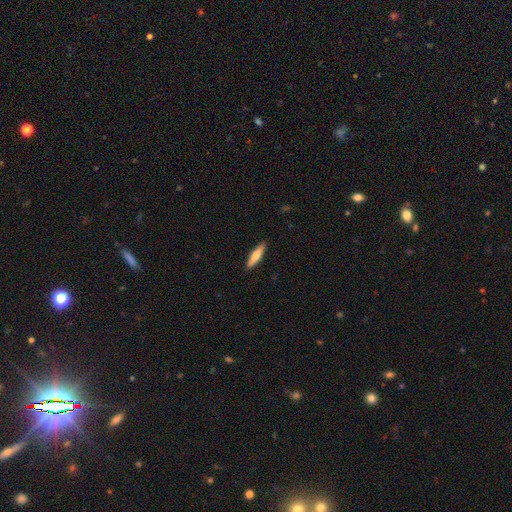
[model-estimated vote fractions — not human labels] Smooth or featured?
  - smooth: 67% *
  - featured or disk: 27%
  - star or artifact: 5%
How rounded?
  - cigar-shaped: 77% *
  - in between: 22%
  - round: 2%
Merging?
  - none: 90% *
  - minor disturbance: 7%
  - major disturbance: 2%
  - merger: 1%